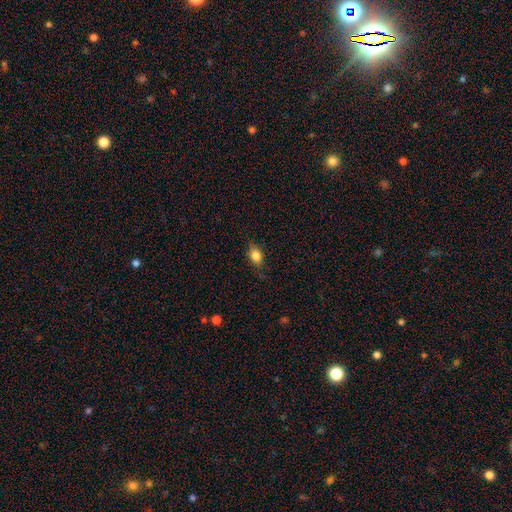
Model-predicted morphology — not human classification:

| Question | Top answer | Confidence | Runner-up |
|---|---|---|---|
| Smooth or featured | smooth | 83% | star or artifact (9%) |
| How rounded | in between | 73% | round (24%) |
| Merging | none | 80% | minor disturbance (16%) |